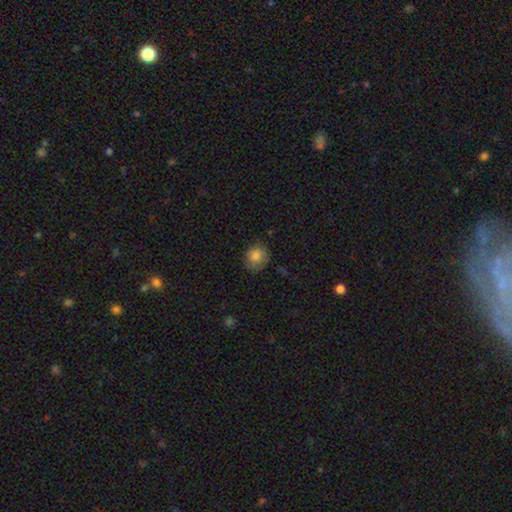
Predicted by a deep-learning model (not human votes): Morphology: type=smooth (81%); roundness=round (78%); merging=none (68%).